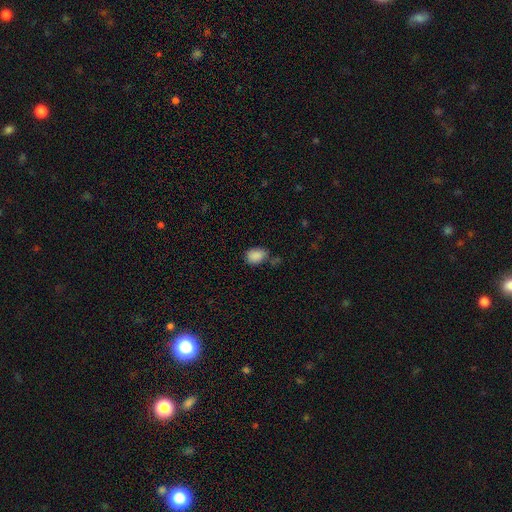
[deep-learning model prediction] Smooth or featured? Predicted: smooth (p=0.87). How rounded? Predicted: in between (p=0.70). Merging? Predicted: none (p=0.58).